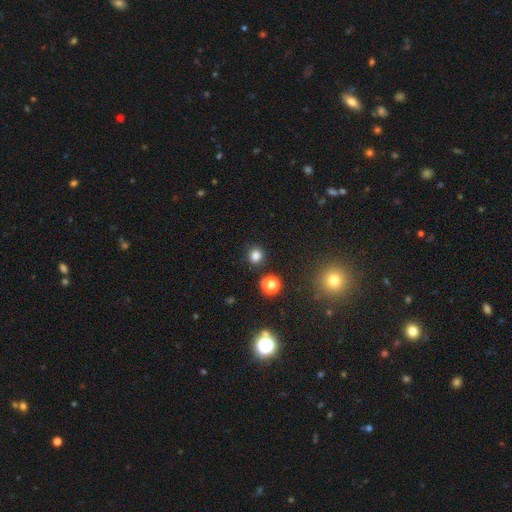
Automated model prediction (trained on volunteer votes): Smooth or featured?
  - smooth: 80% *
  - star or artifact: 16%
  - featured or disk: 4%
How rounded?
  - round: 79% *
  - in between: 20%
  - cigar-shaped: 1%
Merging?
  - none: 84% *
  - minor disturbance: 9%
  - merger: 4%
  - major disturbance: 3%